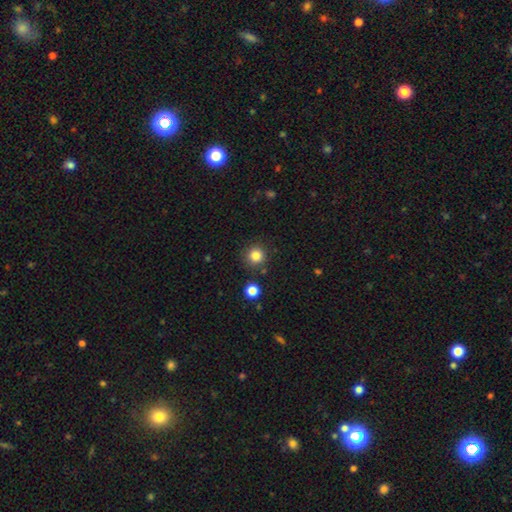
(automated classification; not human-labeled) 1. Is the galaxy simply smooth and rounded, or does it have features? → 83% smooth, 12% star or artifact, 5% featured or disk.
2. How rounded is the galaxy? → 95% round, 4% in between, 1% cigar-shaped.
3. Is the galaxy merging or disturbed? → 87% none, 7% minor disturbance, 4% merger, 2% major disturbance.